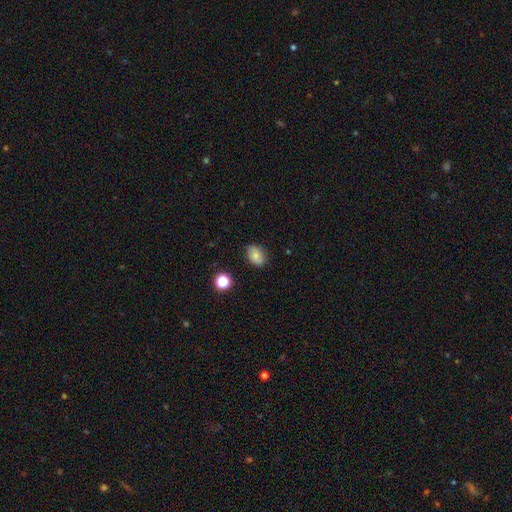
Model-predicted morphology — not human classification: smooth-or-featured: smooth: 75% | featured or disk: 14% | star or artifact: 11%
  how-rounded: in between: 77% | round: 22% | cigar-shaped: 1%
  merging: none: 80% | minor disturbance: 16% | major disturbance: 3% | merger: 1%